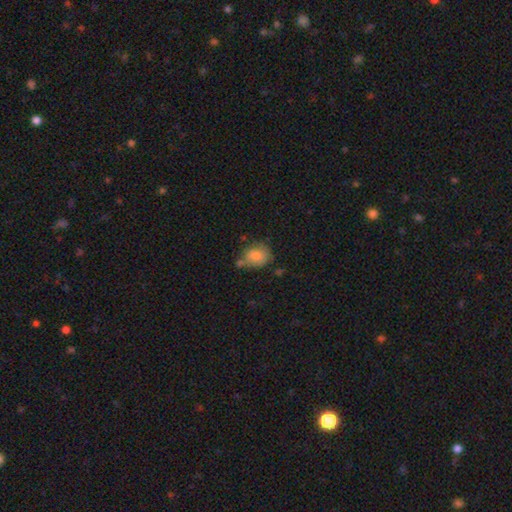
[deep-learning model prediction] smooth 78%, featured or disk 14%, star or artifact 8%. Down the decision tree: how rounded — round (53%); merging — none (48%).